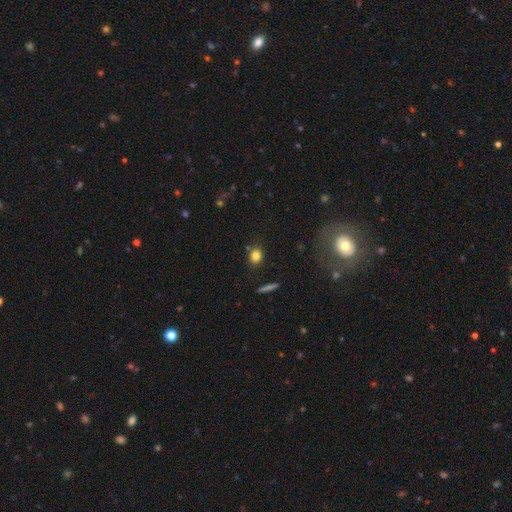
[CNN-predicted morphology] Smooth or featured?
  - smooth: 81% *
  - star or artifact: 11%
  - featured or disk: 8%
How rounded?
  - round: 58% *
  - in between: 39%
  - cigar-shaped: 3%
Merging?
  - none: 81% *
  - minor disturbance: 11%
  - merger: 5%
  - major disturbance: 3%